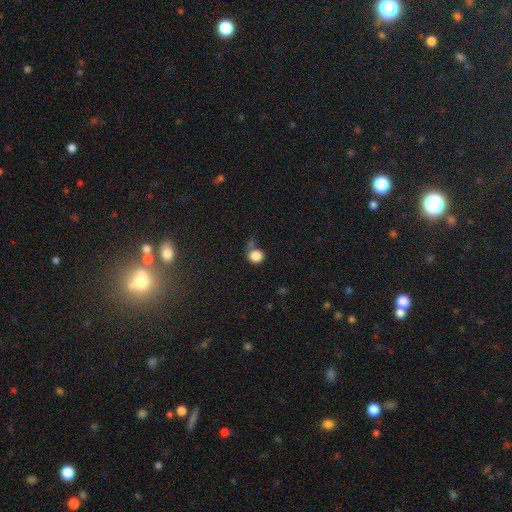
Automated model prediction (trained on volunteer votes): Smooth or featured?
  - smooth: 85% *
  - star or artifact: 10%
  - featured or disk: 5%
How rounded?
  - round: 88% *
  - in between: 11%
  - cigar-shaped: 1%
Merging?
  - none: 54% *
  - merger: 19%
  - minor disturbance: 18%
  - major disturbance: 10%